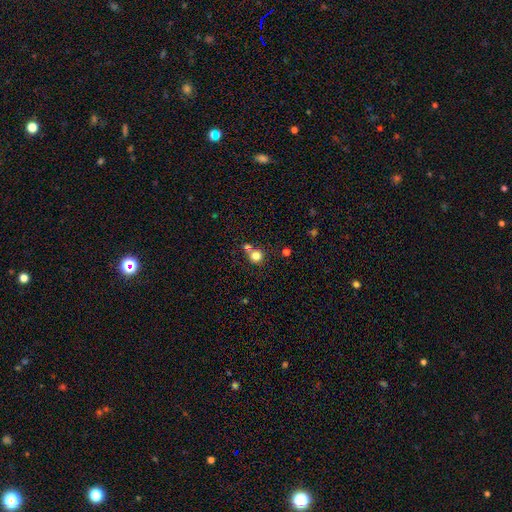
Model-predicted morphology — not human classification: This is clearly a smooth galaxy (80%). How rounded: clearly round (90%). Merging: possibly none (58%).